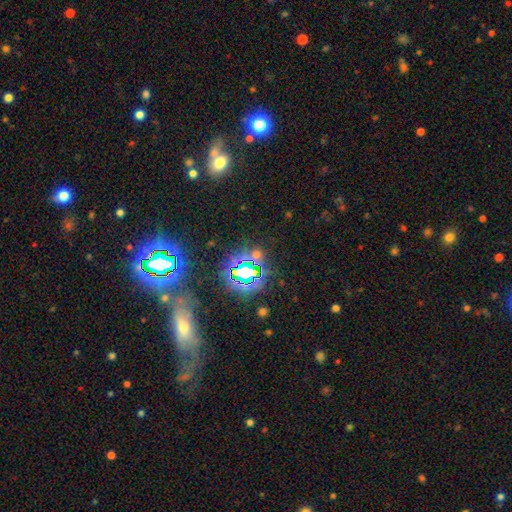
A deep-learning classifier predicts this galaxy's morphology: Q: Smooth or featured?
A: star or artifact (69%); runner-up: smooth (19%)